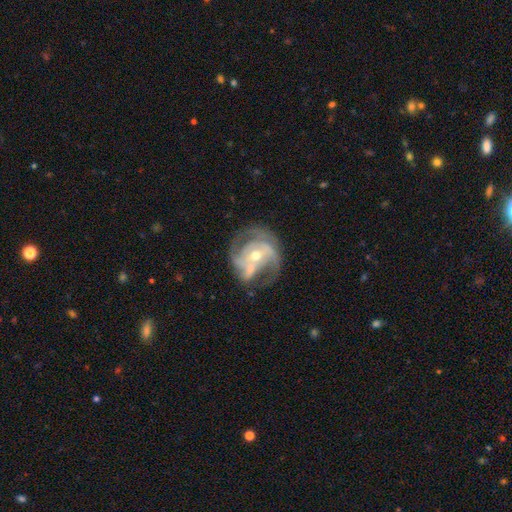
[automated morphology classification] A featured or disk galaxy (86%) with no bar (50%), 2 (36%) medium (44%) spiral arms (91%) and a moderate central bulge (56%). Merging: none (49%).